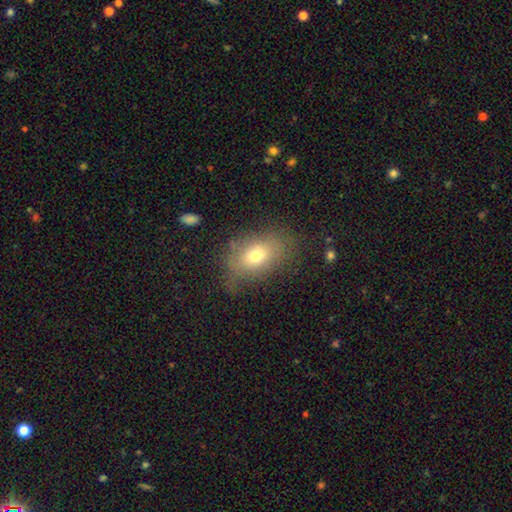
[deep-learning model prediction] A smooth galaxy with no disk features (70%) that is in between round and cigar-shaped (82%). Merging: none (67%).